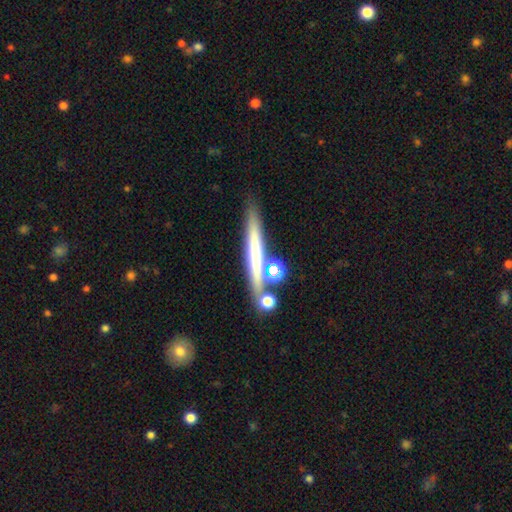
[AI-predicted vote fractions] smooth_or_featured: smooth (p=0.46) [alt: featured or disk p=0.44]
merging: none (p=0.67) [alt: merger p=0.16]